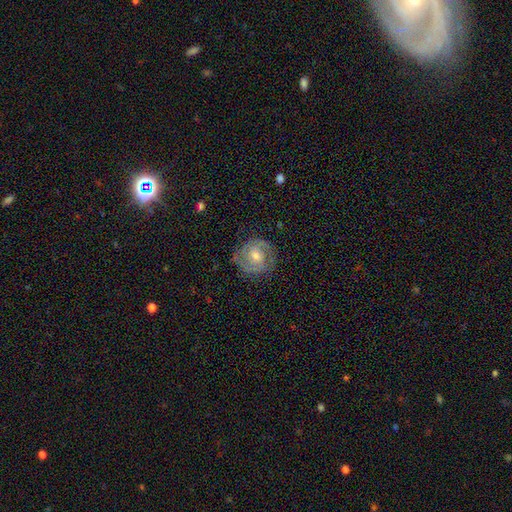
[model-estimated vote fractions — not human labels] A featured or disk galaxy (80%) with no bar (49%), 2 (79%) tight (53%) spiral arms (95%) and a moderate central bulge (57%). Merging: none (79%).